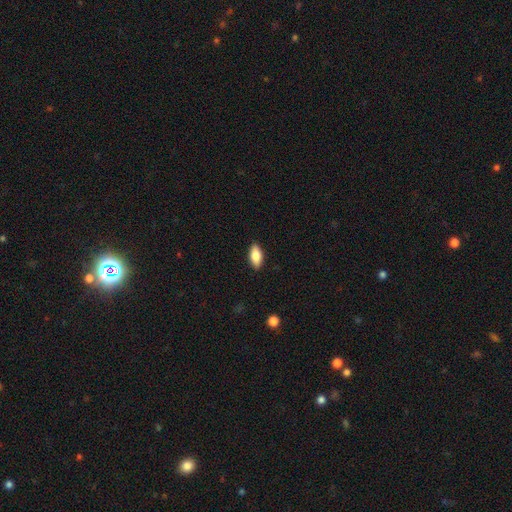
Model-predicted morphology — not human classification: Smooth or featured?
  - smooth: 80% *
  - featured or disk: 14%
  - star or artifact: 6%
How rounded?
  - in between: 85% *
  - cigar-shaped: 13%
  - round: 3%
Merging?
  - none: 89% *
  - minor disturbance: 8%
  - major disturbance: 2%
  - merger: 1%